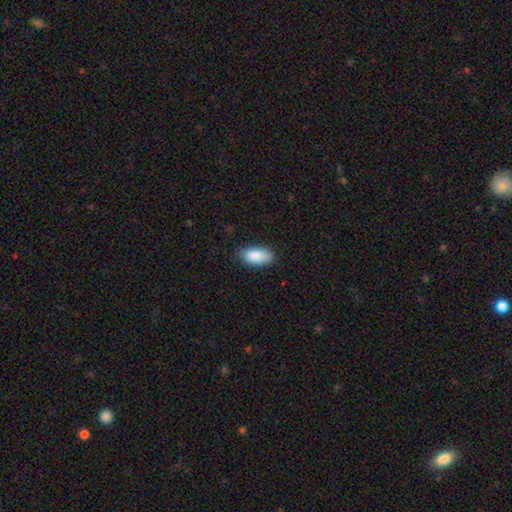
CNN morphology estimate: Smooth or featured: smooth — 87% (featured or disk — 6%)
How rounded: in between — 90% (cigar-shaped — 8%)
Merging: none — 78% (minor disturbance — 18%)